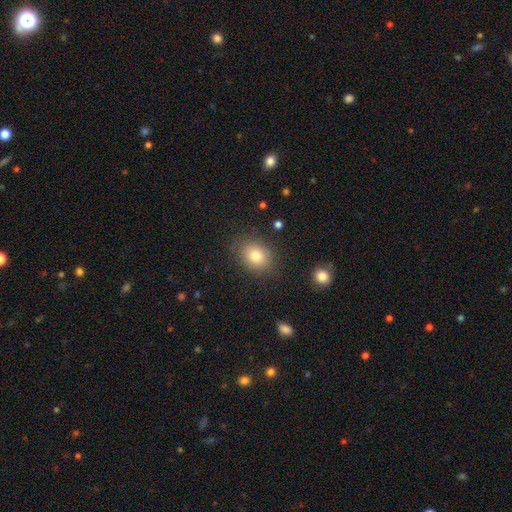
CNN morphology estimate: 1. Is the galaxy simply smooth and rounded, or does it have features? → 82% smooth, 10% star or artifact, 9% featured or disk.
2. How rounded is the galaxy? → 54% in between, 45% round, 1% cigar-shaped.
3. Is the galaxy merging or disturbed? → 82% none, 12% minor disturbance, 4% major disturbance, 2% merger.